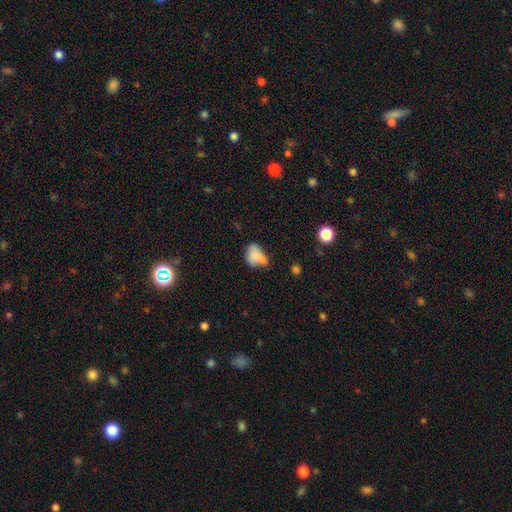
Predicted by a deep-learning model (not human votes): smooth_or_featured: smooth (p=0.73) [alt: featured or disk p=0.16]
how_rounded: in between (p=0.79) [alt: round p=0.18]
merging: minor disturbance (p=0.36) [alt: none p=0.32]